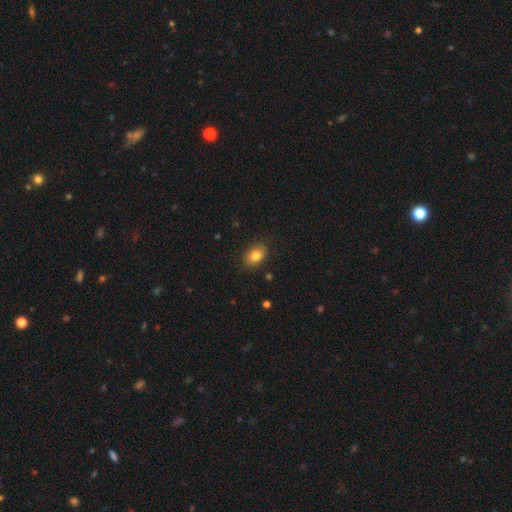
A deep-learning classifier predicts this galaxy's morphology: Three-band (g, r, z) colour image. It shows a smooth galaxy with no disk features (83%) that is in between round and cigar-shaped (75%). Merging: none (86%).